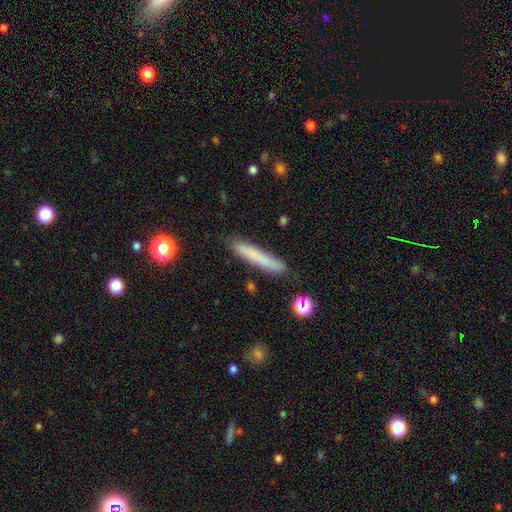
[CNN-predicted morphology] The model was most divided on "smooth or featured": smooth: 73%, featured or disk: 19%, star or artifact: 8%. More confident: how rounded — cigar-shaped (94%); merging — none (86%).